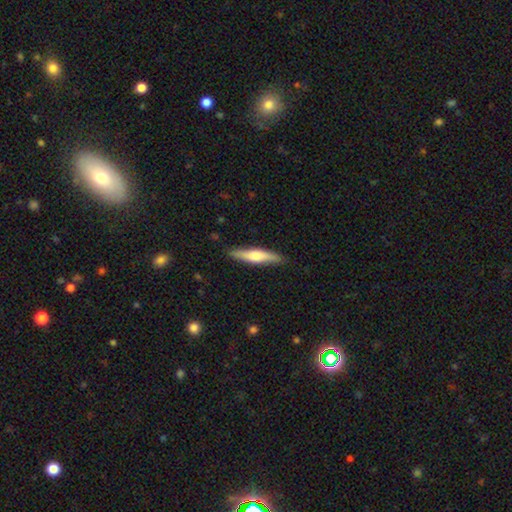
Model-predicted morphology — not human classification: smooth-or-featured: smooth: 50% | featured or disk: 45% | star or artifact: 5%
  how-rounded: cigar-shaped: 83% | in between: 15% | round: 2%
  merging: none: 88% | minor disturbance: 10% | major disturbance: 2% | merger: 1%